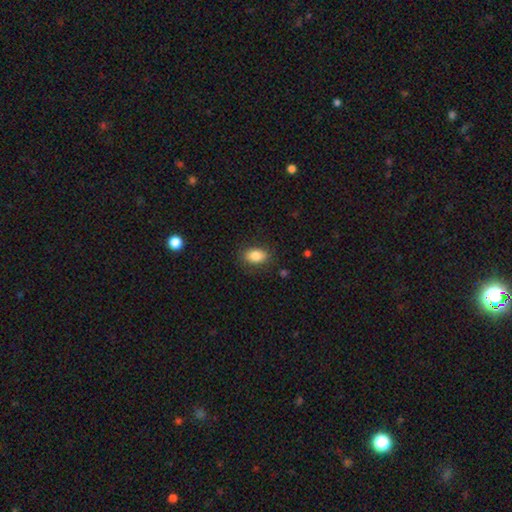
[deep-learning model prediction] Smooth or featured?
  - smooth: 84% *
  - star or artifact: 8%
  - featured or disk: 8%
How rounded?
  - in between: 85% *
  - round: 13%
  - cigar-shaped: 2%
Merging?
  - none: 83% *
  - minor disturbance: 12%
  - major disturbance: 4%
  - merger: 1%